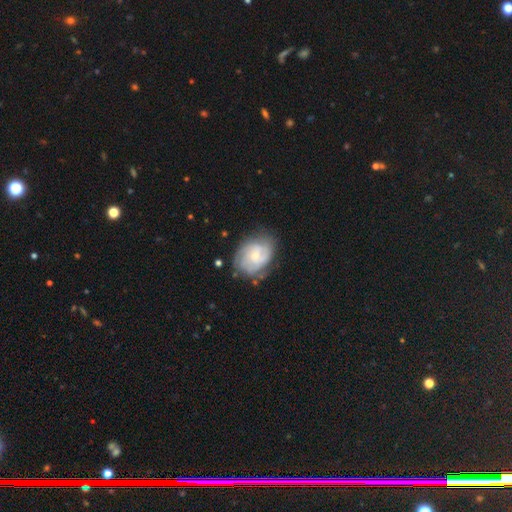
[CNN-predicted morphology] This is likely a featured or disk galaxy (73%). It is clearly not viewed edge-on (98%). Bar: possibly no (50%). Spiral arm pattern: clearly yes (90%). Spiral arm count: marginally can't tell (34%). Spiral winding: possibly tight (50%). Central bulge: possibly small (59%). Merging: likely none (68%).